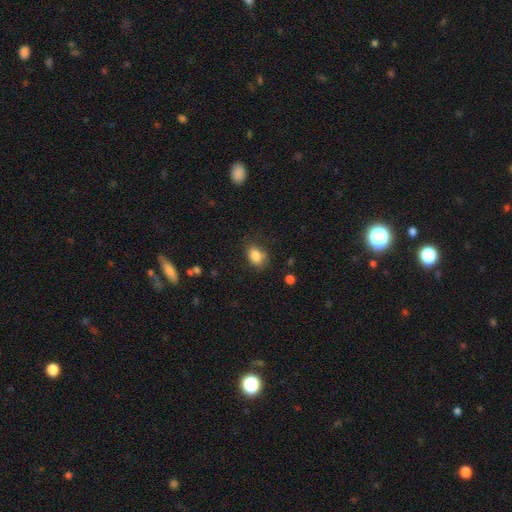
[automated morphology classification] Smooth or featured? smooth (84%)
How rounded? in between (79%)
Merging? none (66%)